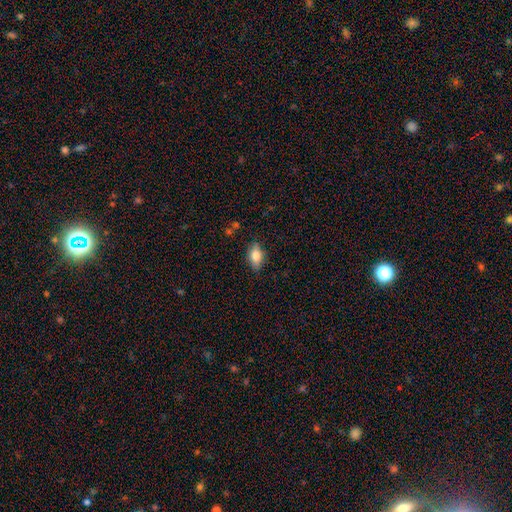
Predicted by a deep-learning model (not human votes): Q: Smooth or featured?
A: smooth (75%); runner-up: featured or disk (17%)
Q: How rounded?
A: in between (84%); runner-up: round (10%)
Q: Merging?
A: none (80%); runner-up: minor disturbance (15%)